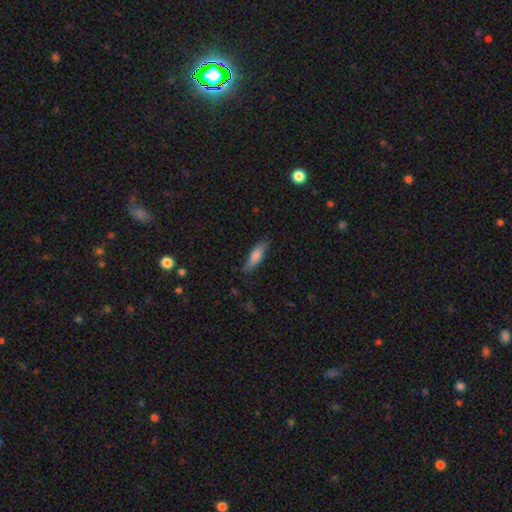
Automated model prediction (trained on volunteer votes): Smooth or featured: smooth — 72% (featured or disk — 22%)
How rounded: cigar-shaped — 65% (in between — 34%)
Merging: none — 81% (minor disturbance — 15%)